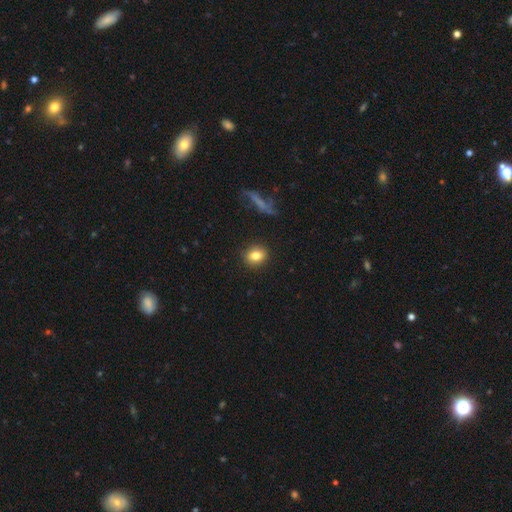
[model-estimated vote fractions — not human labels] A smooth galaxy with no disk features (80%) that is round (56%). Merging: none (88%).